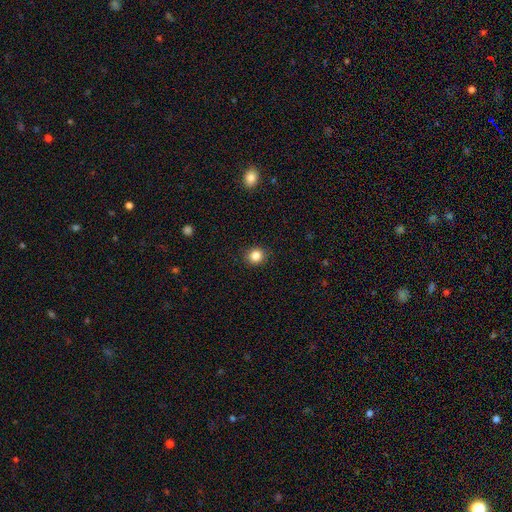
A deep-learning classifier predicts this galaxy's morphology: smooth_or_featured: smooth (p=0.84) [alt: star or artifact p=0.11]
how_rounded: round (p=0.85) [alt: in between p=0.14]
merging: none (p=0.91) [alt: minor disturbance p=0.06]